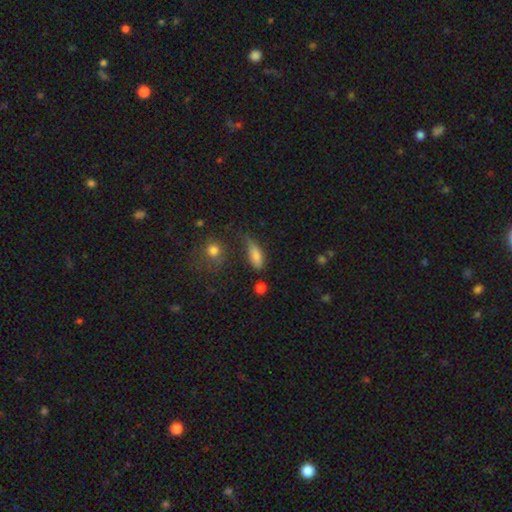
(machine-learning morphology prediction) Smooth or featured: smooth — 73% (featured or disk — 15%)
How rounded: in between — 61% (cigar-shaped — 33%)
Merging: none — 43% (minor disturbance — 34%)